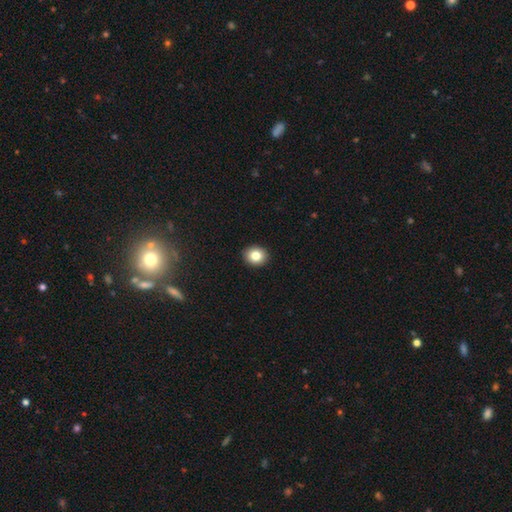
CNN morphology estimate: A smooth galaxy with no disk features (82%) that is round (66%).

Vote fractions:
- Smooth or featured? smooth: 82% / star or artifact: 10% / featured or disk: 8%
- How rounded? round: 66% / in between: 33% / cigar-shaped: 1%
- Merging? none: 92% / minor disturbance: 6% / major disturbance: 1% / merger: 1%